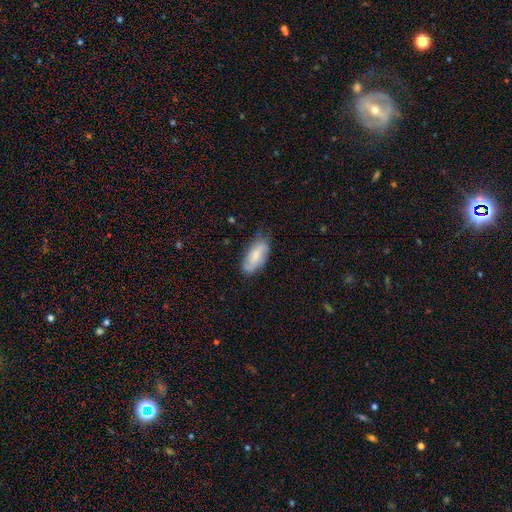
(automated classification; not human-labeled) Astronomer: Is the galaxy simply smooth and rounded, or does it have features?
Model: smooth — 57% (runner-up: featured or disk, 36%).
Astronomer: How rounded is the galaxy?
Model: in between — 87%.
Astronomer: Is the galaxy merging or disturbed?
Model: none — 70%.